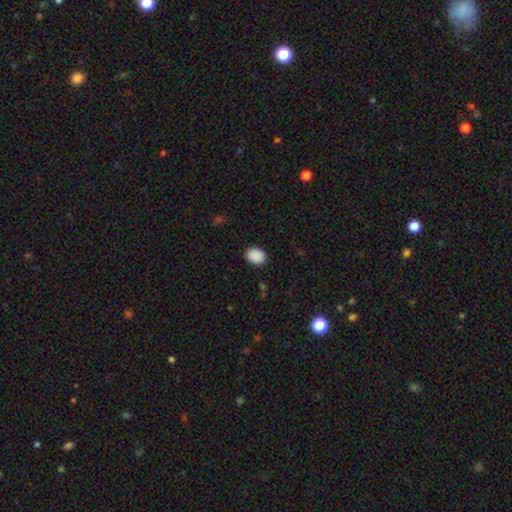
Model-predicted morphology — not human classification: Smooth or featured: smooth — 90% (star or artifact — 8%)
How rounded: in between — 61% (round — 38%)
Merging: none — 89% (minor disturbance — 8%)